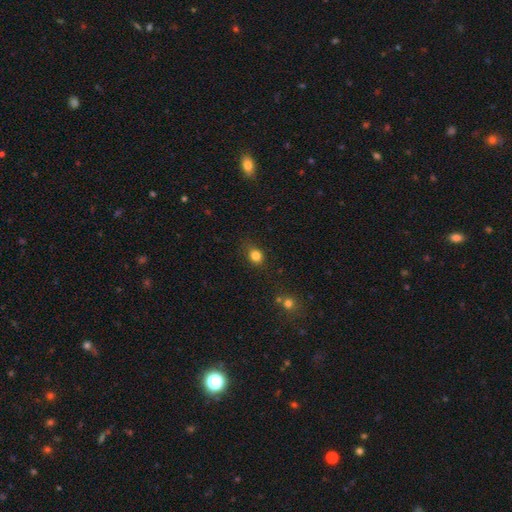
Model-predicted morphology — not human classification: smooth 82%, star or artifact 12%, featured or disk 5%. Down the decision tree: how rounded — round (61%); merging — none (78%).